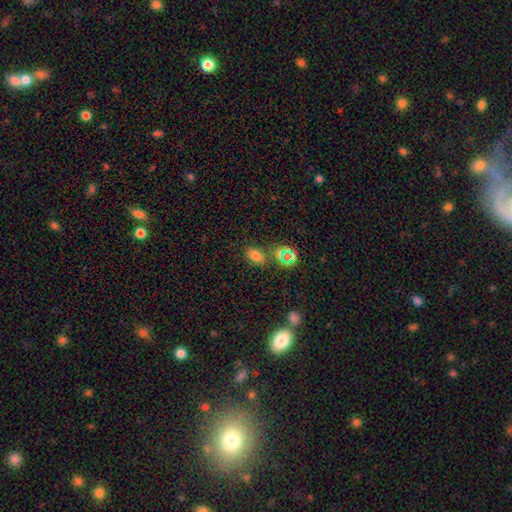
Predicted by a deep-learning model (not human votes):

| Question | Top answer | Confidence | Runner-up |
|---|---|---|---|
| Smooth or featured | smooth | 68% | star or artifact (24%) |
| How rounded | in between | 79% | round (19%) |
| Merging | none | 74% | minor disturbance (13%) |